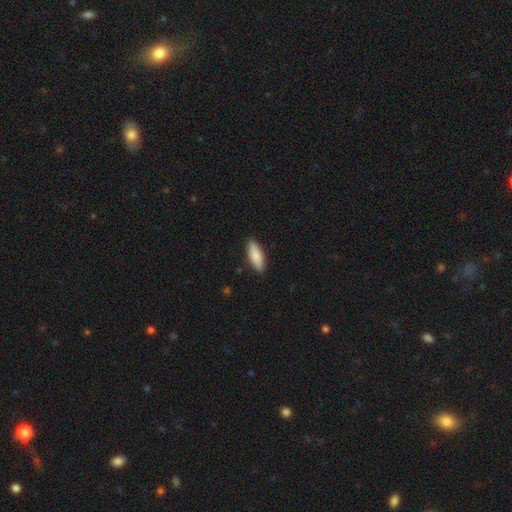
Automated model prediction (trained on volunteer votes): Smooth or featured? smooth (82%)
How rounded? in between (59%)
Merging? none (88%)